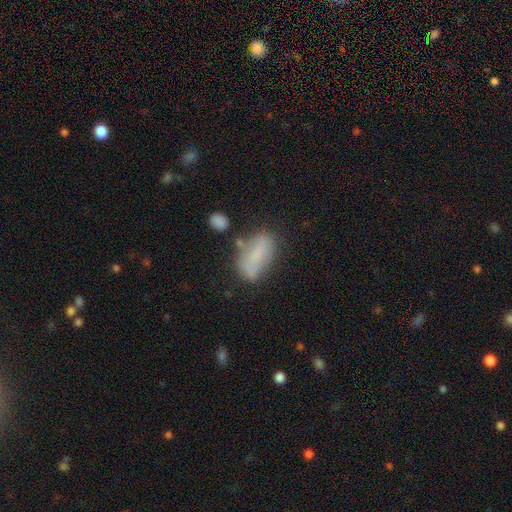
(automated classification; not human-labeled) smooth_or_featured: smooth (p=0.65) [alt: featured or disk p=0.25]
how_rounded: in between (p=0.85) [alt: cigar-shaped p=0.10]
merging: none (p=0.51) [alt: minor disturbance p=0.25]